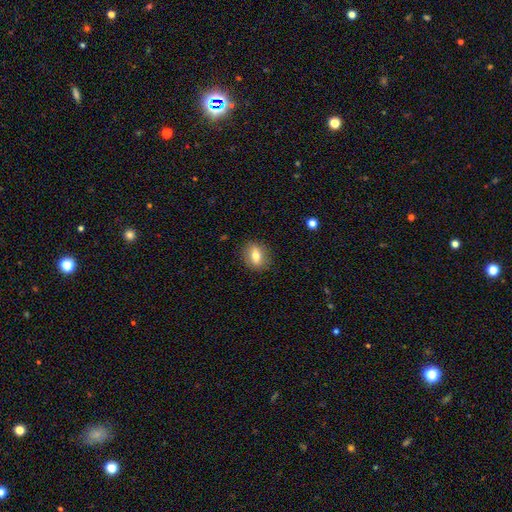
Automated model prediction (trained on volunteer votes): smooth_or_featured: smooth (p=0.70) [alt: featured or disk p=0.21]
how_rounded: in between (p=0.58) [alt: round p=0.39]
merging: none (p=0.86) [alt: minor disturbance p=0.10]